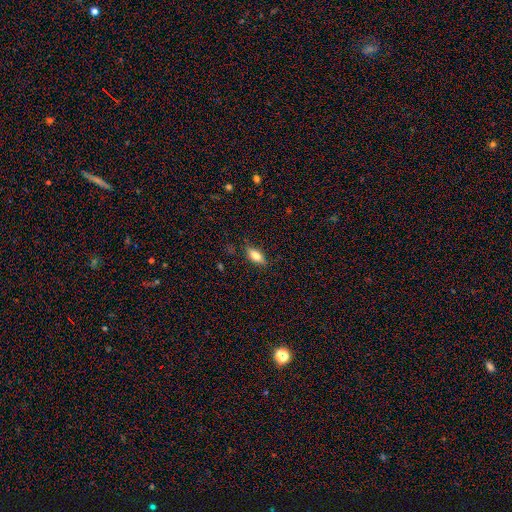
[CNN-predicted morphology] Smooth or featured?
  - smooth: 74% *
  - featured or disk: 19%
  - star or artifact: 8%
How rounded?
  - in between: 78% *
  - cigar-shaped: 19%
  - round: 3%
Merging?
  - none: 82% *
  - minor disturbance: 14%
  - major disturbance: 3%
  - merger: 1%